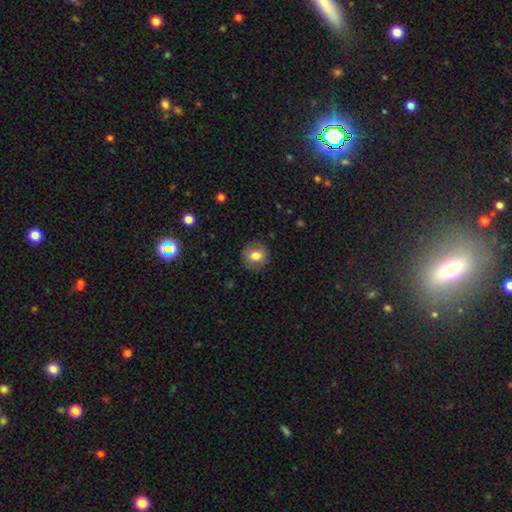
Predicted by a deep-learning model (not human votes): The model was most divided on "smooth or featured": smooth: 74%, featured or disk: 17%, star or artifact: 9%. More confident: merging — none (85%); how rounded — round (79%).